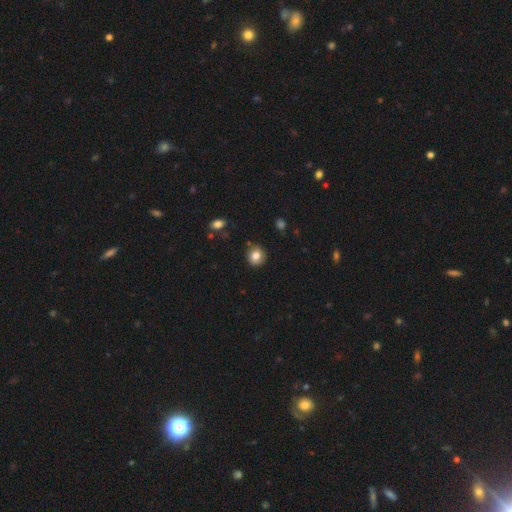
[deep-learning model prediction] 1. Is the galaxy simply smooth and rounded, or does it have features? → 81% smooth, 10% star or artifact, 10% featured or disk.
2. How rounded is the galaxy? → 86% round, 13% in between, 1% cigar-shaped.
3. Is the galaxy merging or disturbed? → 87% none, 9% minor disturbance, 2% major disturbance, 2% merger.